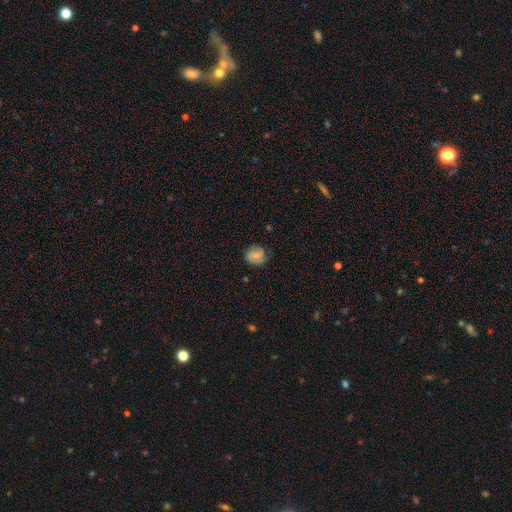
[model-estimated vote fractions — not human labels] This is likely a smooth galaxy (63%). How rounded: likely round (71%). Merging: likely none (65%).